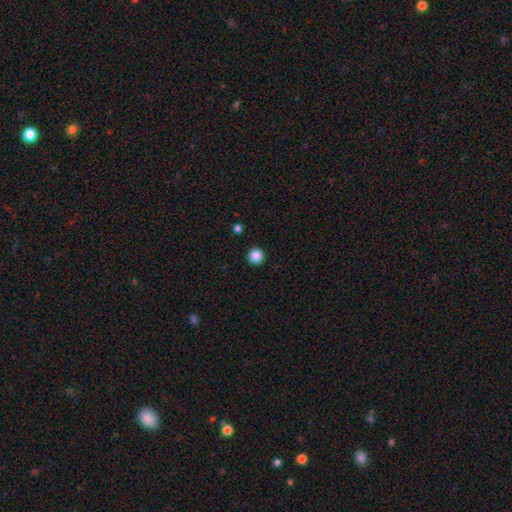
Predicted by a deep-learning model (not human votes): Morphology: type=smooth (87%); roundness=round (96%); merging=none (94%).